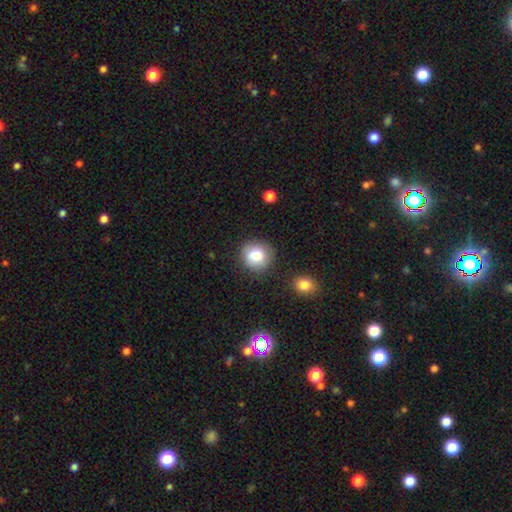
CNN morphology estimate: This is clearly a smooth galaxy (84%). How rounded: clearly round (85%). Merging: likely none (79%).